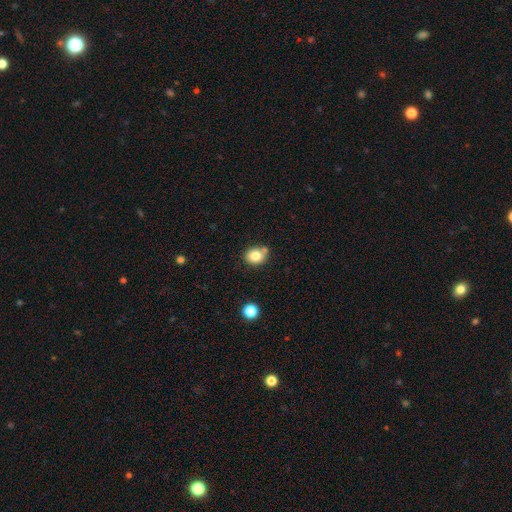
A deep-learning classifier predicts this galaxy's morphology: A smooth galaxy with no disk features (80%) that is round (65%). Merging: none (70%).